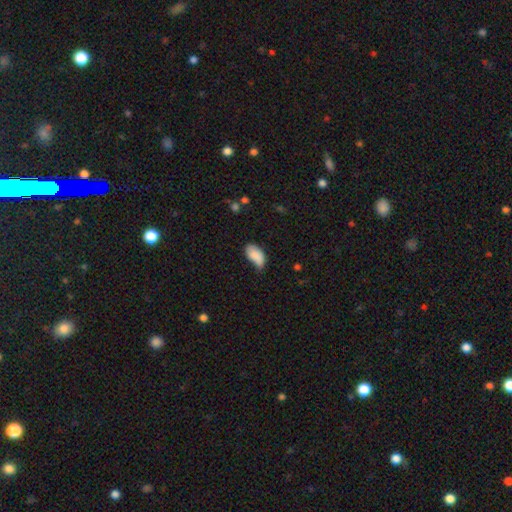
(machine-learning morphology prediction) The model was most divided on "merging": minor disturbance: 44%, none: 39%, major disturbance: 13%, merger: 4%. More confident: how rounded — in between (94%); smooth or featured — smooth (84%).